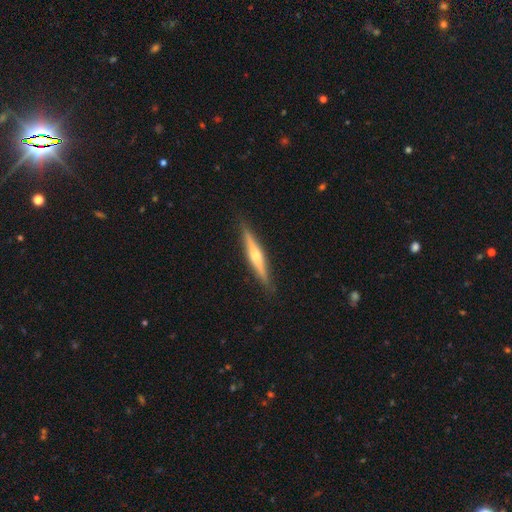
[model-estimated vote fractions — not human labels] featured or disk 64%, smooth 31%, star or artifact 5%. Down the decision tree: edge-on disk — yes (97%); edge-on bulge — rounded (84%); merging — none (90%).